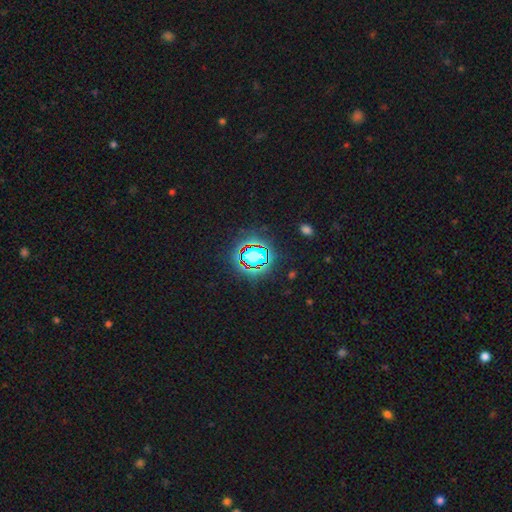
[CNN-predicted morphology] A star or artifact, not a galaxy (76%).

Vote fractions:
- Smooth or featured? star or artifact: 76% / smooth: 15% / featured or disk: 9%